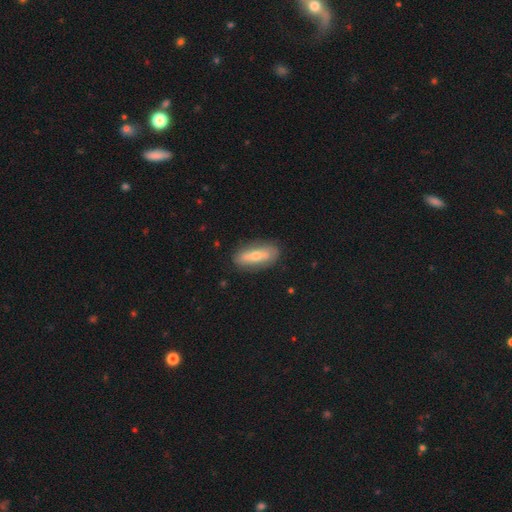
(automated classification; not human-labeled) Smooth or featured?
  - smooth: 48% *
  - featured or disk: 45%
  - star or artifact: 7%
Merging?
  - none: 83% *
  - minor disturbance: 13%
  - major disturbance: 3%
  - merger: 1%